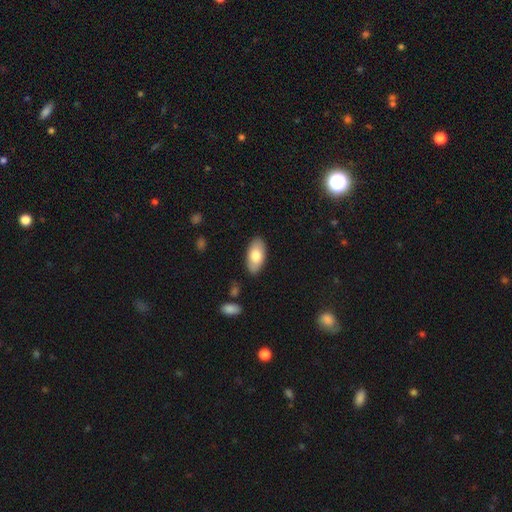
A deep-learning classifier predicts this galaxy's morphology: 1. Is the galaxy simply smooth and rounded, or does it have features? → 77% smooth, 17% featured or disk, 6% star or artifact.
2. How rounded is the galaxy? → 94% in between, 4% cigar-shaped, 2% round.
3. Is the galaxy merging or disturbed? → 86% none, 10% minor disturbance, 2% major disturbance, 1% merger.